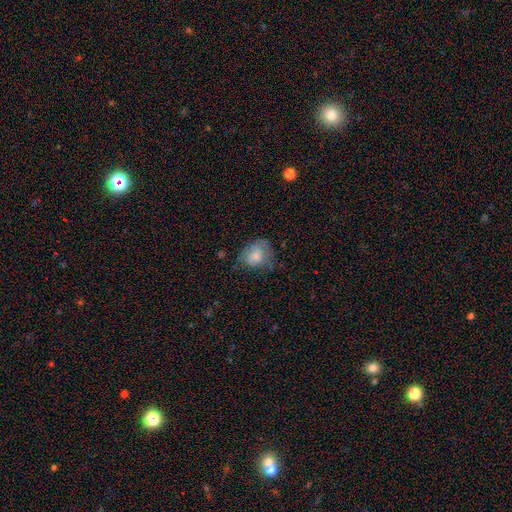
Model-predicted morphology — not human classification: A smooth galaxy with no disk features (69%) that is round (54%). Merging: none (46%).